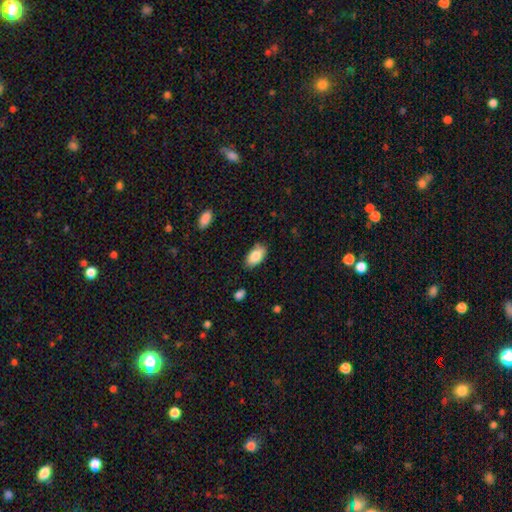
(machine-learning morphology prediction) Q: Smooth or featured?
A: smooth (85%); runner-up: featured or disk (8%)
Q: How rounded?
A: in between (94%); runner-up: round (4%)
Q: Merging?
A: none (78%); runner-up: minor disturbance (17%)